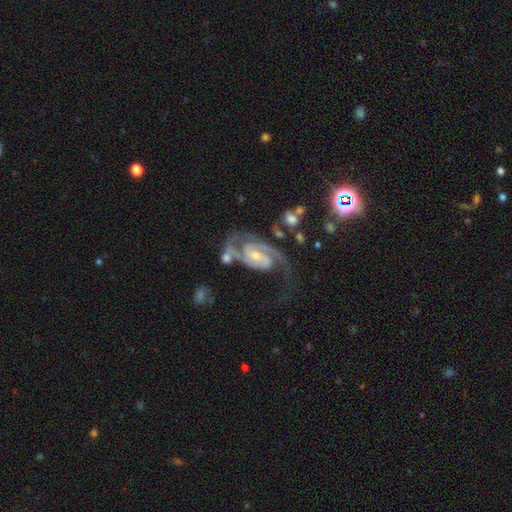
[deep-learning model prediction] smooth_or_featured: featured or disk (p=0.89) [alt: star or artifact p=0.06]
disk_edge_on: no (p=0.97) [alt: yes p=0.03]
bar: no (p=0.43) [alt: weak p=0.41]
has_spiral_arms: yes (p=0.97) [alt: no p=0.03]
spiral_winding: medium (p=0.47) [alt: tight p=0.39]
spiral_arm_count: 2 (p=0.74) [alt: 3 p=0.08]
bulge_size: small (p=0.63) [alt: moderate p=0.32]
merging: none (p=0.43) [alt: major disturbance p=0.25]